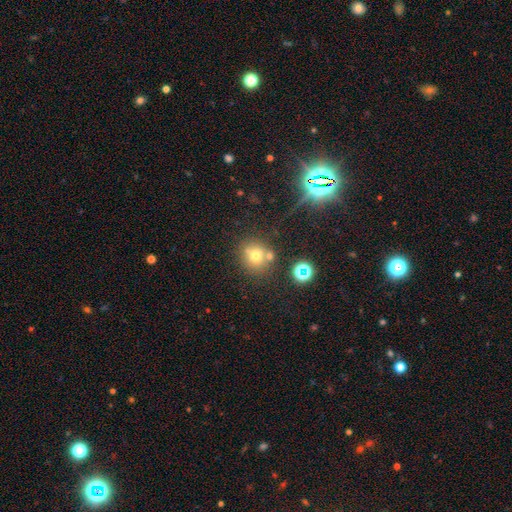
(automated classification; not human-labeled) Smooth or featured? smooth (67%)
How rounded? round (86%)
Merging? none (66%)